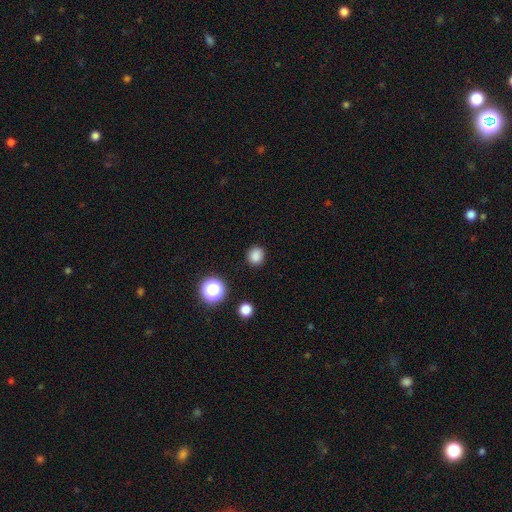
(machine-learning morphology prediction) Q: Smooth or featured?
A: smooth (83%); runner-up: star or artifact (13%)
Q: How rounded?
A: round (82%); runner-up: in between (17%)
Q: Merging?
A: none (88%); runner-up: minor disturbance (8%)